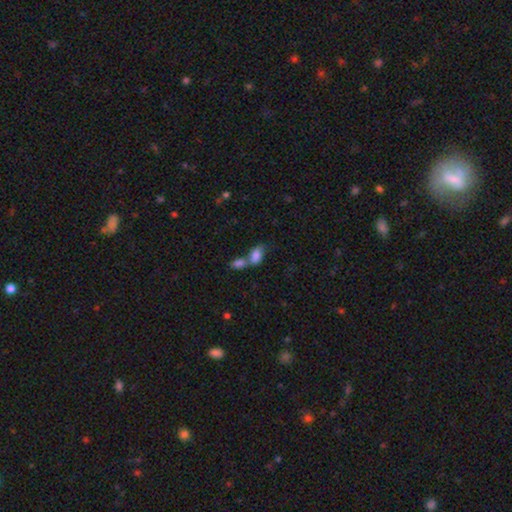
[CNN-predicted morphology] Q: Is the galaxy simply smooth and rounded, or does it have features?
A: smooth — 80%.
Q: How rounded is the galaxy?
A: in between — 89%.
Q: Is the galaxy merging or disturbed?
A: merger — 65%.